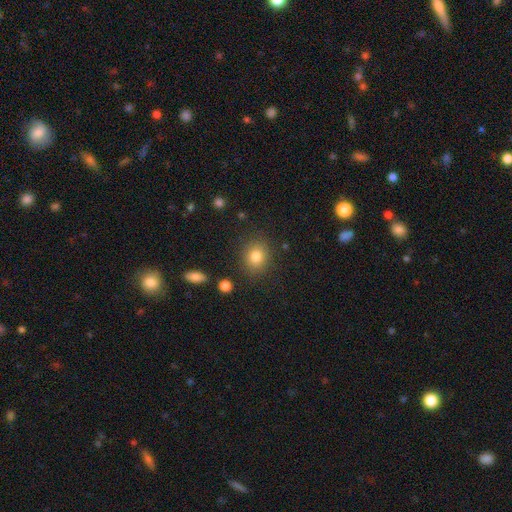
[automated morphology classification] Overall: smooth (82%). How rounded: round (70%). Merging: none (85%).